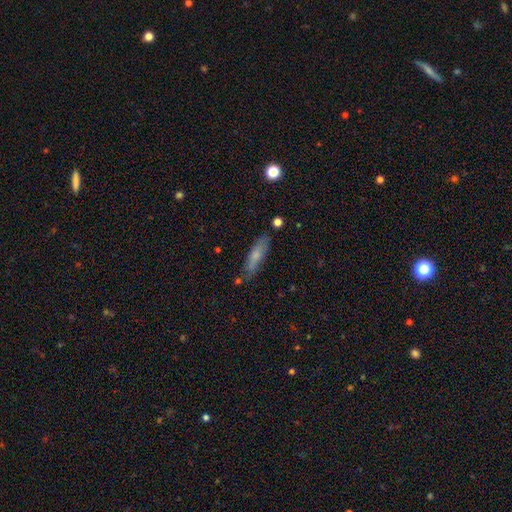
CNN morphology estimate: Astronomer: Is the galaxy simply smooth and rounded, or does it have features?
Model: smooth — 66%.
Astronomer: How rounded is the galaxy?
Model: cigar-shaped — 70%.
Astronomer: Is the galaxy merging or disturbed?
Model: none — 74%.